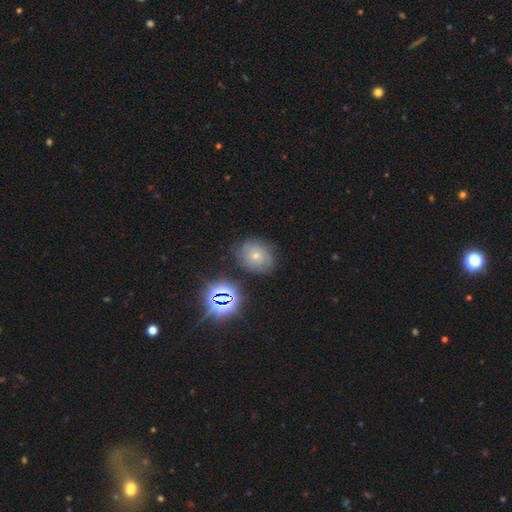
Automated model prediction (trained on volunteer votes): Morphology: type=smooth (45%); merging=none (75%).